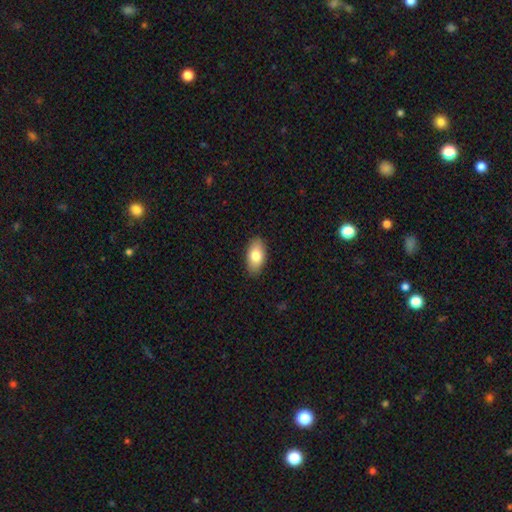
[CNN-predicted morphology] Smooth or featured? Predicted: smooth (p=0.81). How rounded? Predicted: in between (p=0.93). Merging? Predicted: none (p=0.88).